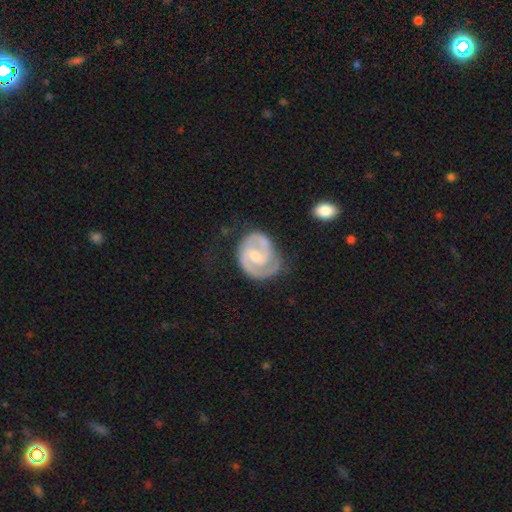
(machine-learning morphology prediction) This is clearly a featured or disk galaxy (86%). It is clearly not viewed edge-on (98%). Bar: possibly weak (48%). Spiral arm pattern: clearly yes (95%). Spiral arm count: likely 2 (74%). Spiral winding: possibly tight (54%). Central bulge: possibly moderate (56%). Merging: likely none (63%).